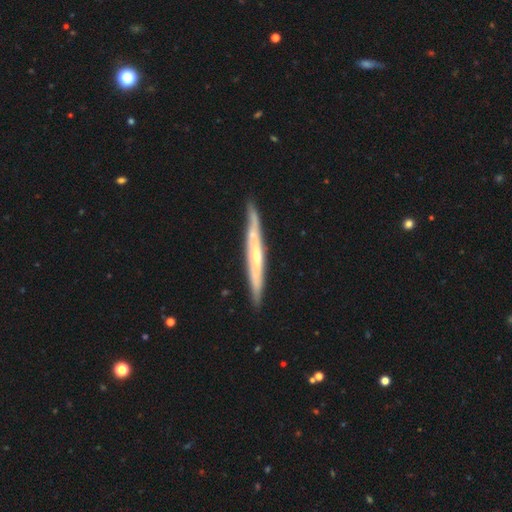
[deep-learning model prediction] smooth-or-featured: featured or disk: 74% | smooth: 21% | star or artifact: 6%
  disk-edge-on: yes: 94% | no: 6%
    edge-on-bulge: rounded: 61% | none: 34% | boxy: 5%
  merging: none: 86% | minor disturbance: 11% | major disturbance: 2% | merger: 1%